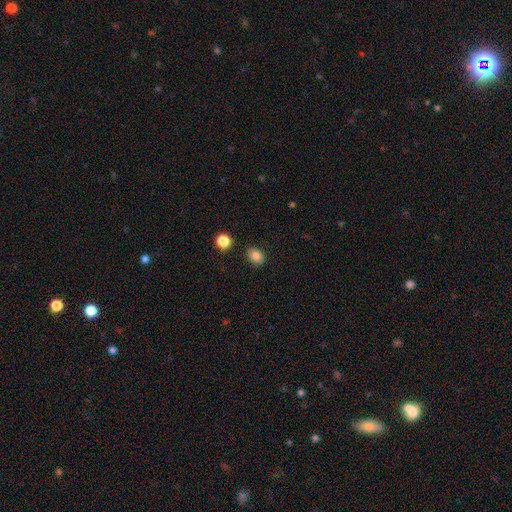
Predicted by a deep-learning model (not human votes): Morphology: type=smooth (85%); roundness=in between (59%); merging=none (85%).